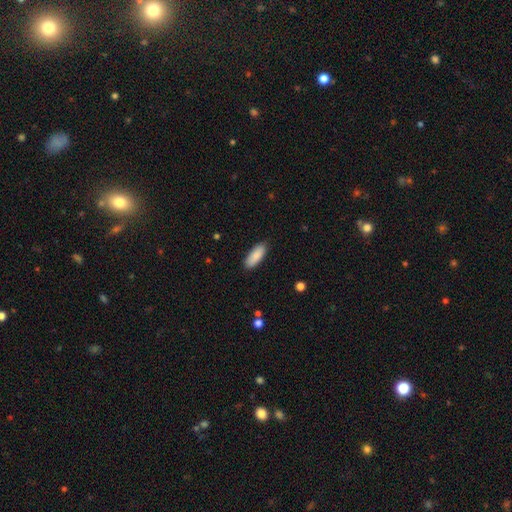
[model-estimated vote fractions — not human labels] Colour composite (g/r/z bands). It shows a smooth galaxy with no disk features (87%) that is in between round and cigar-shaped (78%). Merging: none (87%).